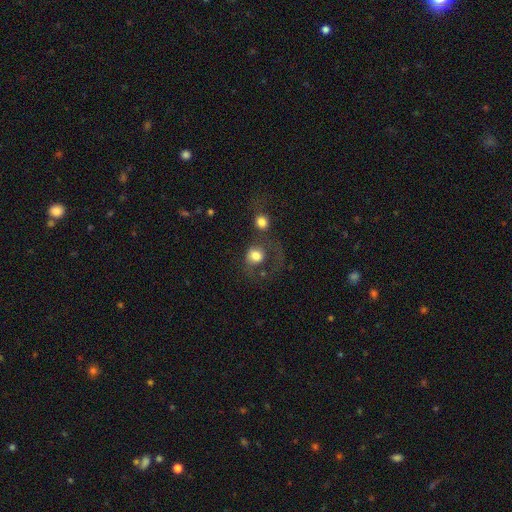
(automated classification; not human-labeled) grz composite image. It shows a smooth galaxy with no disk features (73%) that is round (73%). Merging: major disturbance (31%).